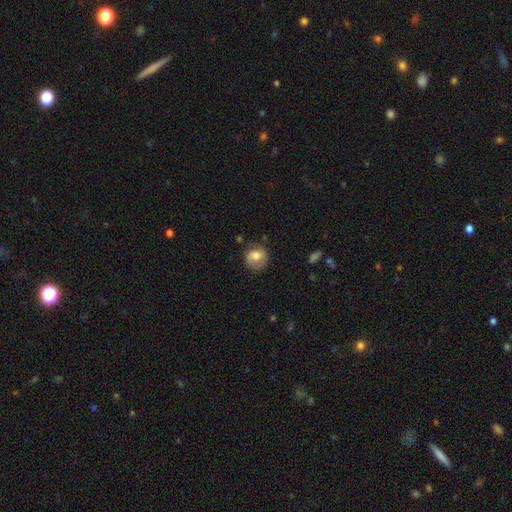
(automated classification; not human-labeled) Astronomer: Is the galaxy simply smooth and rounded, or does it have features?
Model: smooth — 62%.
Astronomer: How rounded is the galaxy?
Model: round — 75%.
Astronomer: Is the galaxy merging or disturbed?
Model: none — 67%.